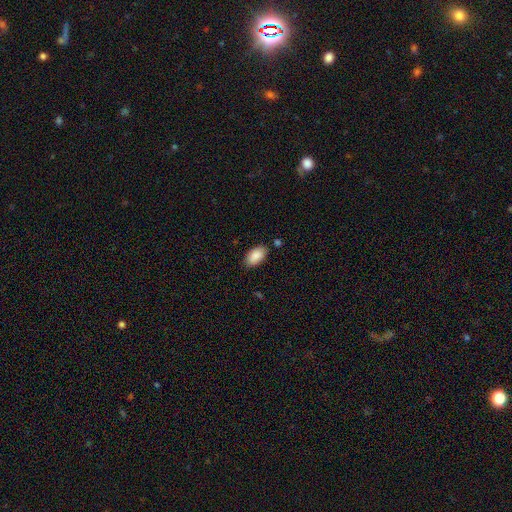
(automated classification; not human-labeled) smooth_or_featured: smooth (p=0.89) [alt: star or artifact p=0.07]
how_rounded: in between (p=0.94) [alt: round p=0.04]
merging: none (p=0.79) [alt: minor disturbance p=0.14]